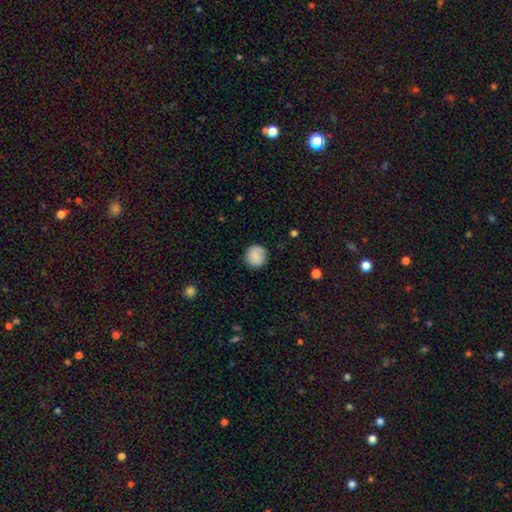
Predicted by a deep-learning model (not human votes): smooth_or_featured: smooth (p=0.85) [alt: featured or disk p=0.07]
how_rounded: round (p=0.93) [alt: in between p=0.06]
merging: none (p=0.87) [alt: minor disturbance p=0.09]